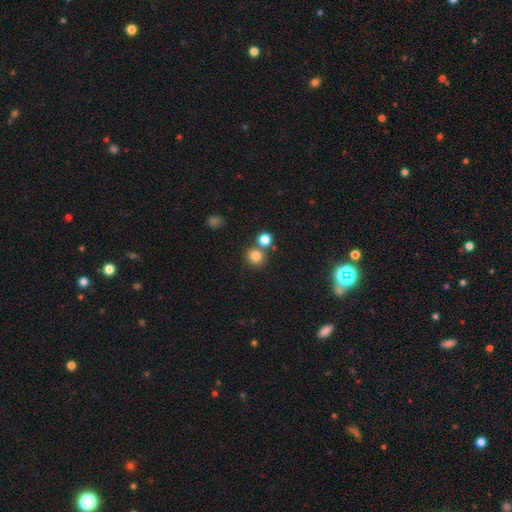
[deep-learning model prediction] Smooth or featured? smooth (80%)
How rounded? round (89%)
Merging? none (68%)